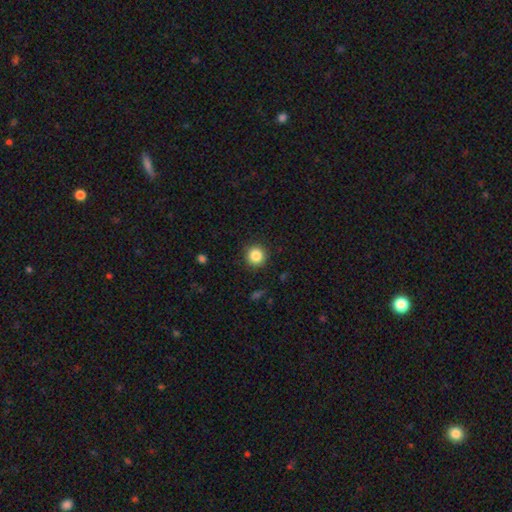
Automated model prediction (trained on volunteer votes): Q: Smooth or featured?
A: smooth (85%); runner-up: star or artifact (10%)
Q: How rounded?
A: round (95%); runner-up: in between (4%)
Q: Merging?
A: none (91%); runner-up: minor disturbance (6%)